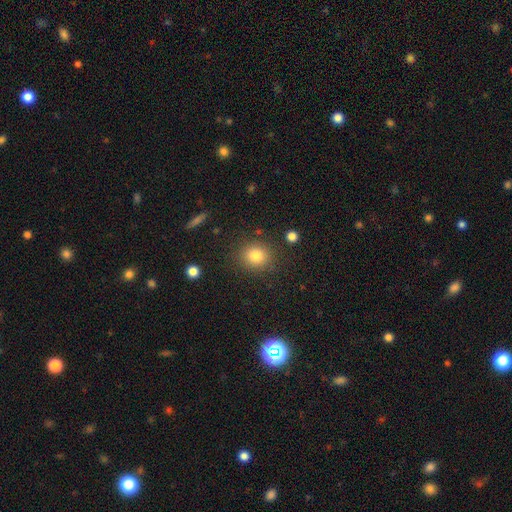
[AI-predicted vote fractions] smooth_or_featured: smooth (p=0.82) [alt: star or artifact p=0.11]
how_rounded: round (p=0.78) [alt: in between p=0.21]
merging: none (p=0.85) [alt: minor disturbance p=0.09]